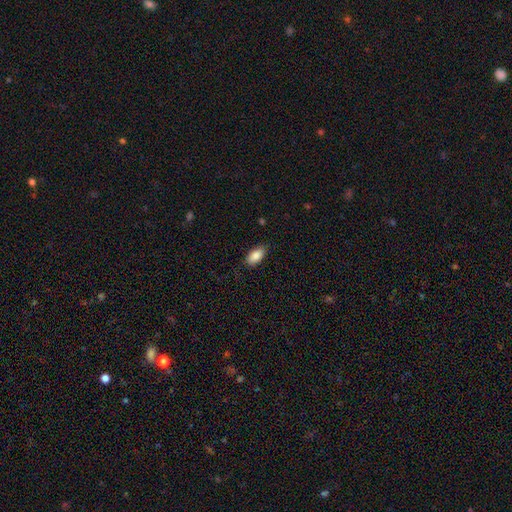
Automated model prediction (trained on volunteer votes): This appears to be a smooth galaxy with no disk features (87%) that is in between round and cigar-shaped (92%). Merging: none (83%).